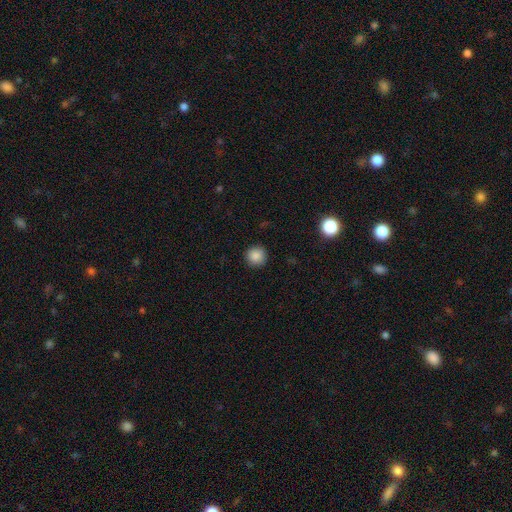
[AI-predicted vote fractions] This is clearly a smooth galaxy (86%). How rounded: clearly round (95%). Merging: clearly none (91%).